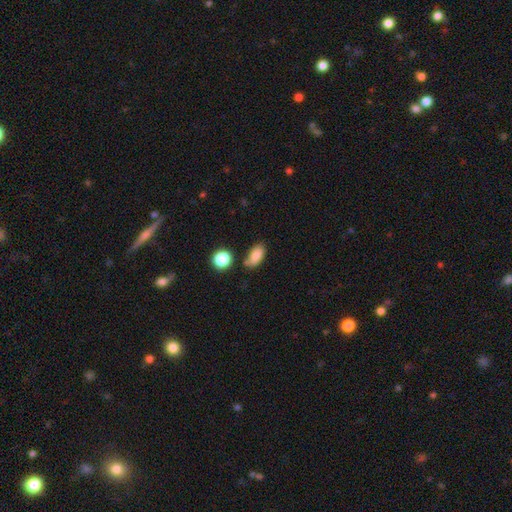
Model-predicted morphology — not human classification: This appears to be a smooth galaxy with no disk features (84%) that is in between round and cigar-shaped (87%). Merging: none (67%).